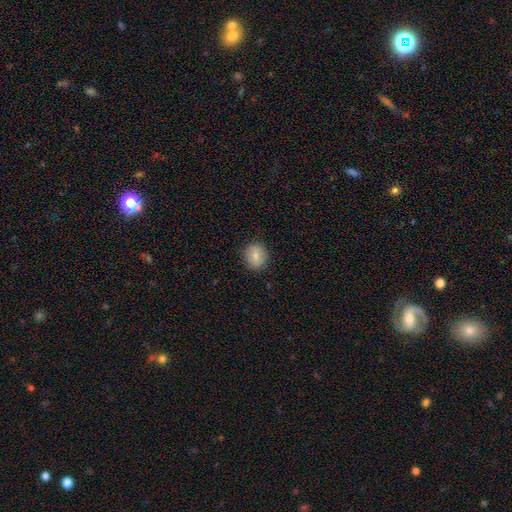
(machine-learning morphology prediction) The model was most divided on "how rounded": round: 70%, in between: 29%, cigar-shaped: 1%. More confident: merging — none (89%); smooth or featured — smooth (83%).